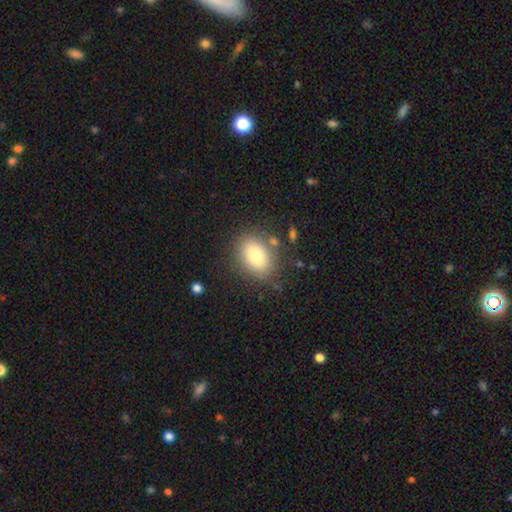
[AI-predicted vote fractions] Smooth or featured?
  - smooth: 77% *
  - featured or disk: 14%
  - star or artifact: 9%
How rounded?
  - in between: 66% *
  - round: 33%
  - cigar-shaped: 1%
Merging?
  - none: 76% *
  - minor disturbance: 14%
  - major disturbance: 6%
  - merger: 4%